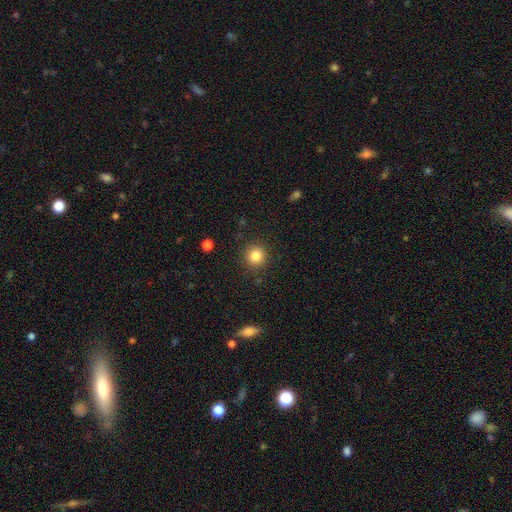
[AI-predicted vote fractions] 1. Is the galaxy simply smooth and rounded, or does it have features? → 84% smooth, 11% star or artifact, 6% featured or disk.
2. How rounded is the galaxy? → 93% round, 6% in between, 1% cigar-shaped.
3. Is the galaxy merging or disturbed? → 90% none, 7% minor disturbance, 3% major disturbance, 1% merger.